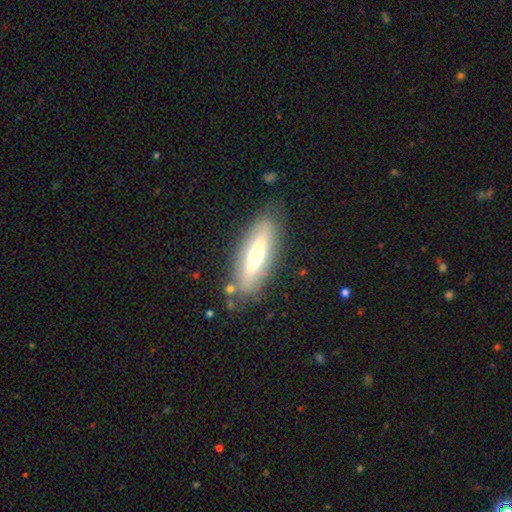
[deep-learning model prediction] Smooth or featured? featured or disk (48%)
Merging? none (81%)